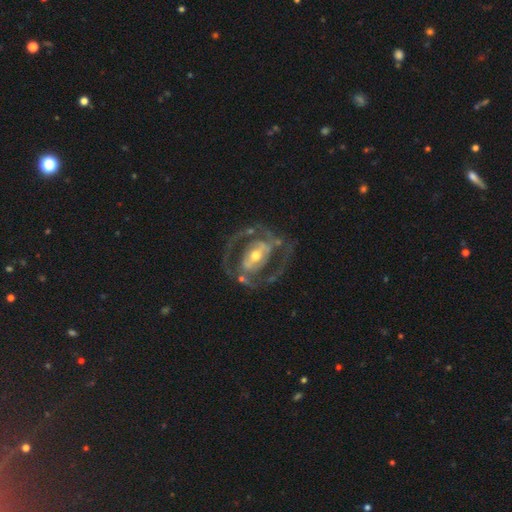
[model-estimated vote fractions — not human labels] Smooth or featured: featured or disk — 84% (smooth — 11%)
Edge-on disk: no — 96% (yes — 4%)
Bar: strong — 38% (no — 32%)
Spiral arms: yes — 75% (no — 25%)
Spiral winding: medium — 46% (tight — 37%)
Spiral arm count: 2 — 78% (can't tell — 11%)
Bulge size: moderate — 64% (small — 25%)
Merging: none — 66% (minor disturbance — 16%)